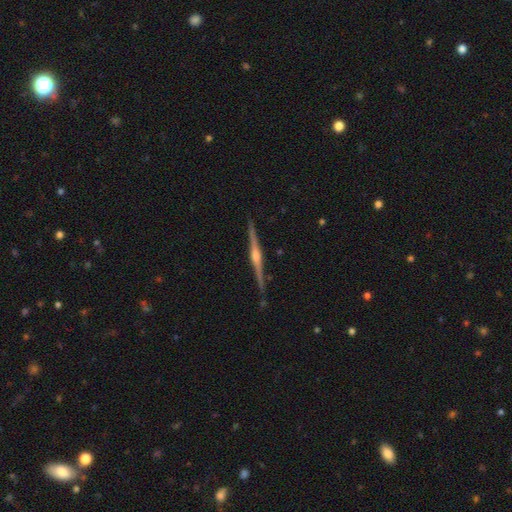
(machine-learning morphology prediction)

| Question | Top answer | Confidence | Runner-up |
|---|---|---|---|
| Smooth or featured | featured or disk | 87% | smooth (8%) |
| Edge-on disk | yes | 99% | no (1%) |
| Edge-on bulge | rounded | 89% | boxy (7%) |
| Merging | none | 90% | minor disturbance (7%) |